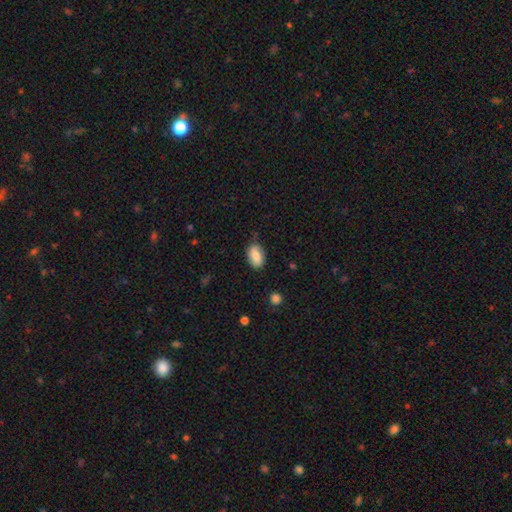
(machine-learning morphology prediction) Smooth or featured: smooth — 74% (featured or disk — 19%)
How rounded: in between — 88% (round — 10%)
Merging: none — 75% (minor disturbance — 19%)